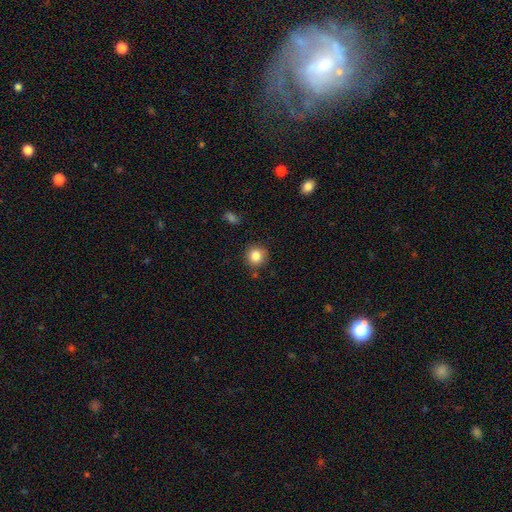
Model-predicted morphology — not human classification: Smooth or featured?
  - smooth: 83% *
  - star or artifact: 11%
  - featured or disk: 6%
How rounded?
  - round: 91% *
  - in between: 8%
  - cigar-shaped: 1%
Merging?
  - none: 86% *
  - minor disturbance: 9%
  - merger: 3%
  - major disturbance: 2%